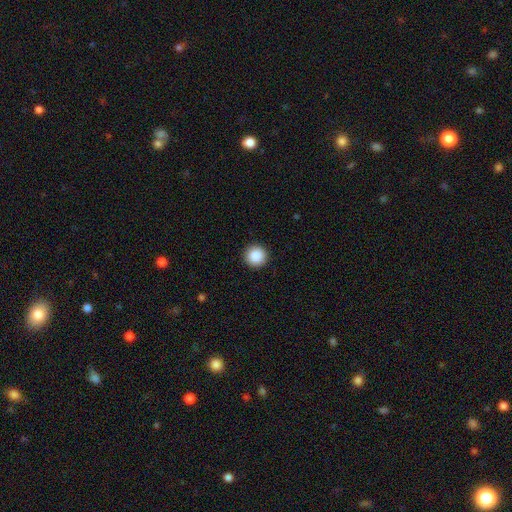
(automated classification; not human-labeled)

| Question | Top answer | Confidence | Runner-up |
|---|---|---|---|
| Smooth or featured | smooth | 88% | star or artifact (9%) |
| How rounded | round | 96% | in between (3%) |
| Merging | none | 93% | minor disturbance (4%) |